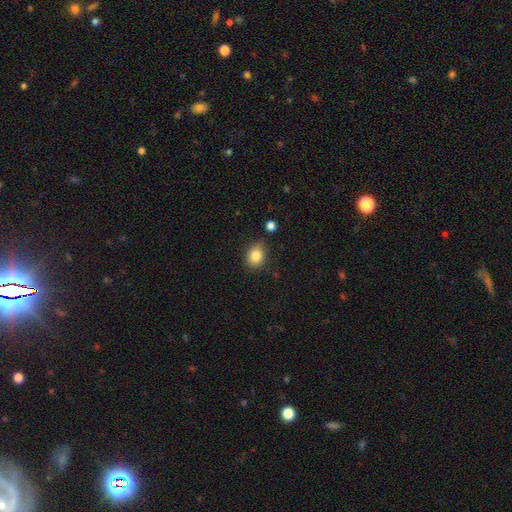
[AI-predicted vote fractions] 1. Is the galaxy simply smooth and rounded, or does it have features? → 84% smooth, 9% star or artifact, 7% featured or disk.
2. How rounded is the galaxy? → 50% in between, 49% round, 1% cigar-shaped.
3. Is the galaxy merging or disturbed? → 75% none, 18% minor disturbance, 4% major disturbance, 3% merger.